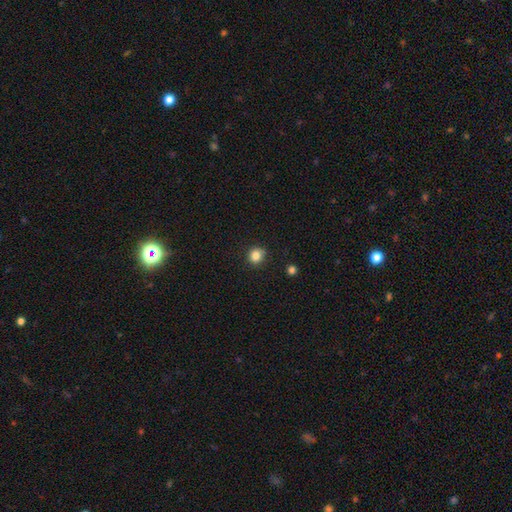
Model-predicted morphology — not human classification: Smooth or featured? Predicted: smooth (p=0.83). How rounded? Predicted: round (p=0.88). Merging? Predicted: none (p=0.82).